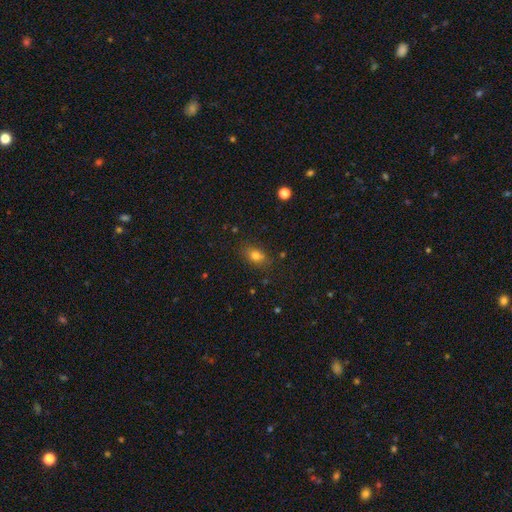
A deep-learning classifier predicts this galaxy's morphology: A smooth galaxy with no disk features (78%) that is in between round and cigar-shaped (73%).

Vote fractions:
- Smooth or featured? smooth: 78% / star or artifact: 12% / featured or disk: 10%
- How rounded? in between: 73% / round: 24% / cigar-shaped: 3%
- Merging? none: 81% / minor disturbance: 14% / major disturbance: 3% / merger: 2%